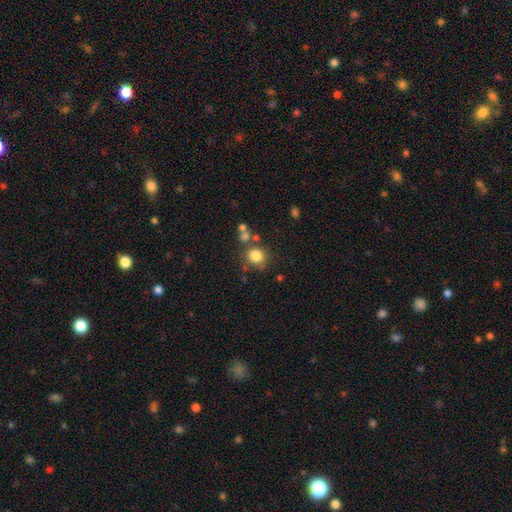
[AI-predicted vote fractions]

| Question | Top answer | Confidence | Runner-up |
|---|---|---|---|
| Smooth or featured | smooth | 80% | star or artifact (12%) |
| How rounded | round | 82% | in between (17%) |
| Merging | none | 67% | merger (15%) |